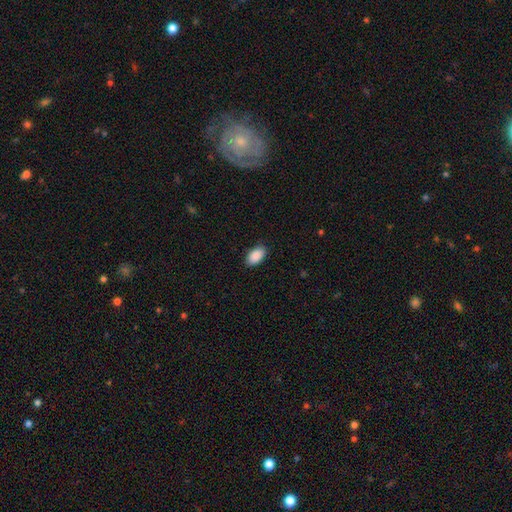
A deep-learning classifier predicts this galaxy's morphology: Q: Smooth or featured?
A: smooth (90%); runner-up: star or artifact (7%)
Q: How rounded?
A: in between (94%); runner-up: round (4%)
Q: Merging?
A: none (86%); runner-up: minor disturbance (10%)